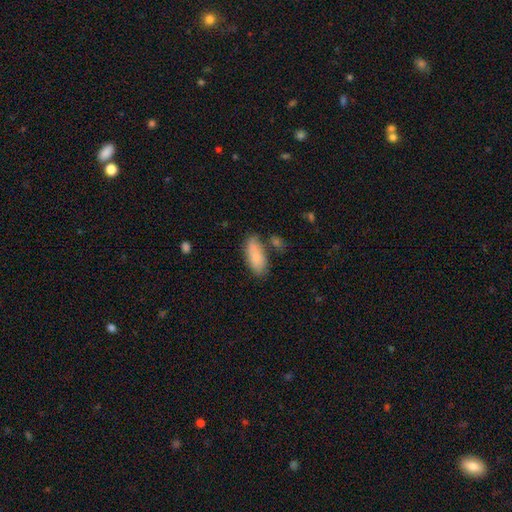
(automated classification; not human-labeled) smooth 84%, featured or disk 10%, star or artifact 6%. Down the decision tree: how rounded — in between (81%); merging — none (66%).